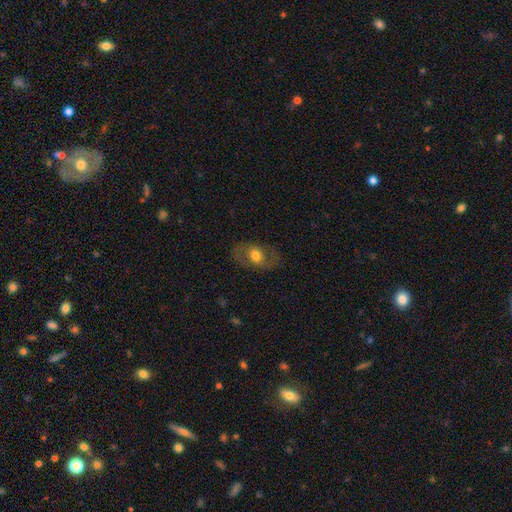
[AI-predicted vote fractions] Smooth or featured? Predicted: smooth (p=0.54). How rounded? Predicted: in between (p=0.77). Merging? Predicted: none (p=0.77).